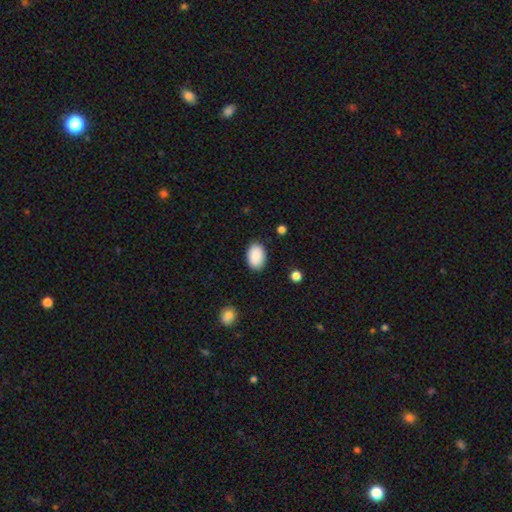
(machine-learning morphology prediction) This is clearly a smooth galaxy (90%). How rounded: clearly in between (88%). Merging: clearly none (87%).